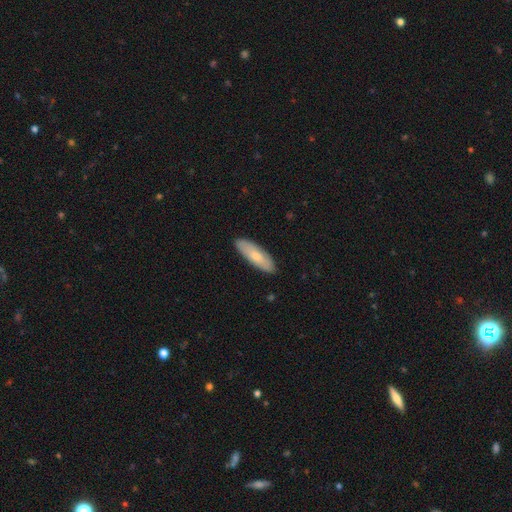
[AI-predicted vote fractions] This is likely a smooth galaxy (72%). How rounded: possibly in between (54%). Merging: clearly none (88%).